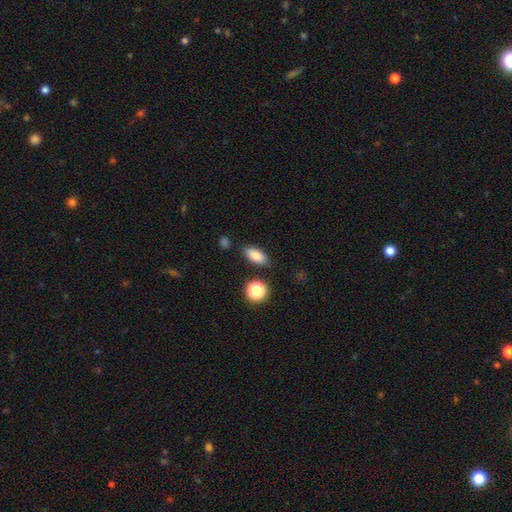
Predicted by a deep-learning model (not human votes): Q: Smooth or featured?
A: smooth (83%); runner-up: star or artifact (10%)
Q: How rounded?
A: in between (83%); runner-up: cigar-shaped (10%)
Q: Merging?
A: none (84%); runner-up: minor disturbance (10%)